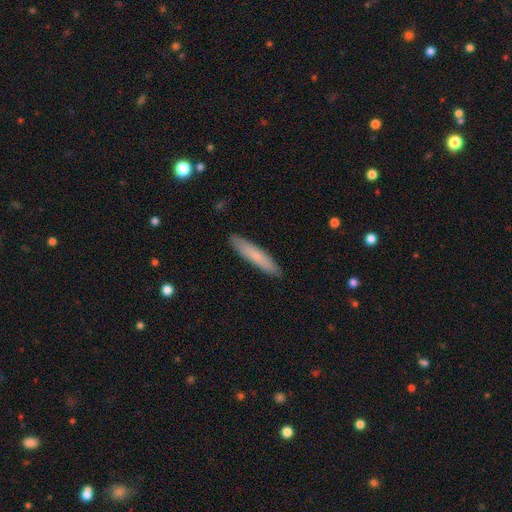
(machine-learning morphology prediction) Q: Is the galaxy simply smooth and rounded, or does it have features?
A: smooth — 74%.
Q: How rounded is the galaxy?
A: cigar-shaped — 89%.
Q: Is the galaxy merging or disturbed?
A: none — 90%.